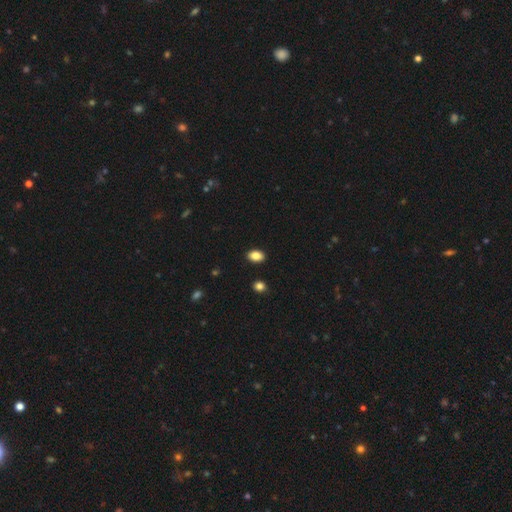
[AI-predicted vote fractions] Morphology: type=smooth (86%); roundness=in between (83%); merging=none (90%).